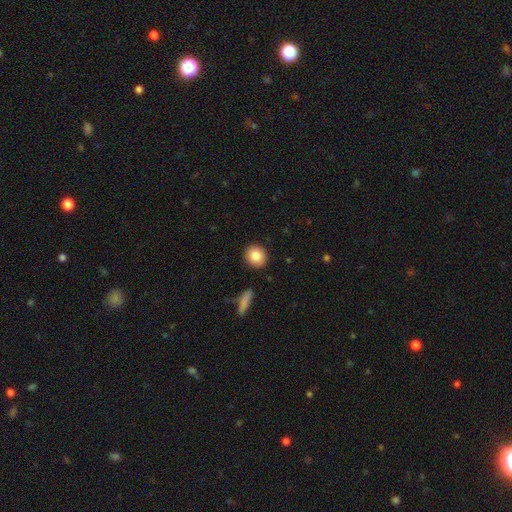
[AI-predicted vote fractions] Smooth or featured? Predicted: smooth (p=0.85). How rounded? Predicted: round (p=0.85). Merging? Predicted: none (p=0.90).